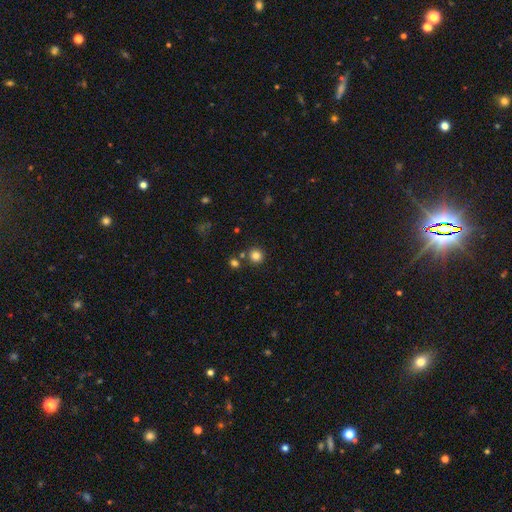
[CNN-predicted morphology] This is clearly a smooth galaxy (82%). How rounded: clearly round (94%). Merging: clearly none (81%).